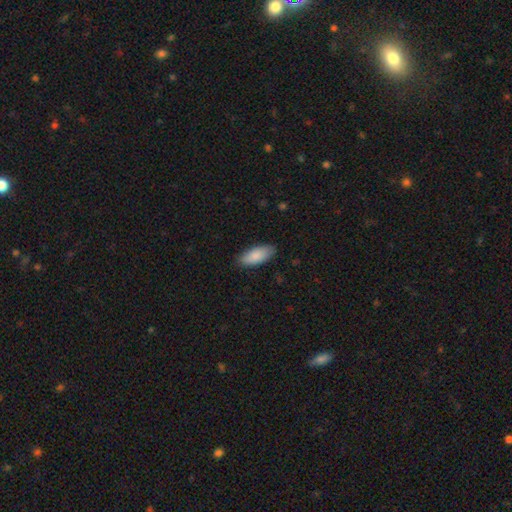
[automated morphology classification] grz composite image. It shows a smooth galaxy with no disk features (88%) that is in between round and cigar-shaped (84%). Merging: none (85%).